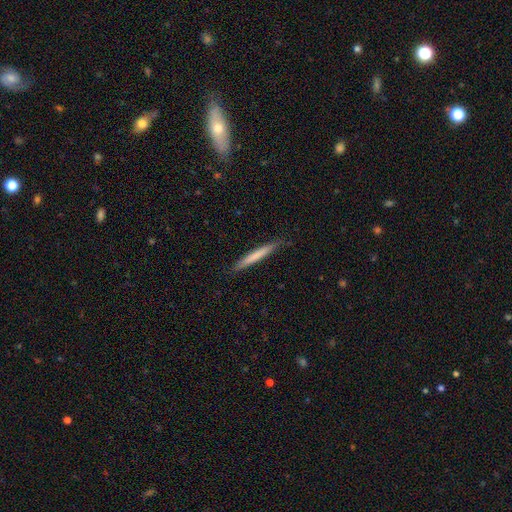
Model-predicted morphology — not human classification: A smooth galaxy with no disk features (68%) that is cigar-shaped (97%).

Vote fractions:
- Smooth or featured? smooth: 68% / featured or disk: 27% / star or artifact: 5%
- How rounded? cigar-shaped: 97% / in between: 2% / round: 1%
- Merging? none: 87% / minor disturbance: 10% / major disturbance: 2% / merger: 1%